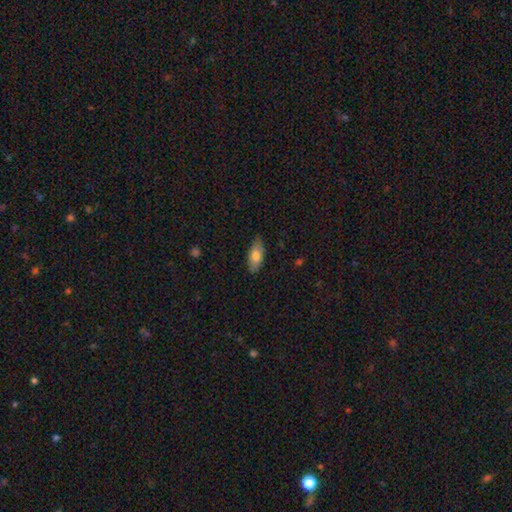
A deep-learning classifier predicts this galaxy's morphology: smooth_or_featured: smooth (p=0.75) [alt: featured or disk p=0.18]
how_rounded: in between (p=0.86) [alt: cigar-shaped p=0.11]
merging: none (p=0.83) [alt: minor disturbance p=0.13]